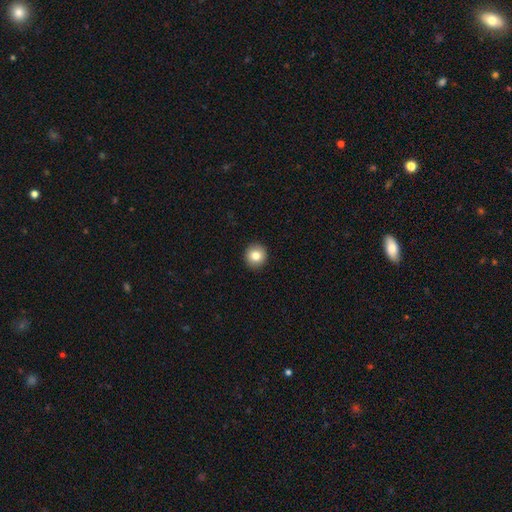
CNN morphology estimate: smooth-or-featured: smooth: 83% | star or artifact: 9% | featured or disk: 8%
  how-rounded: round: 93% | in between: 6% | cigar-shaped: 1%
  merging: none: 93% | minor disturbance: 5% | major disturbance: 1% | merger: 1%